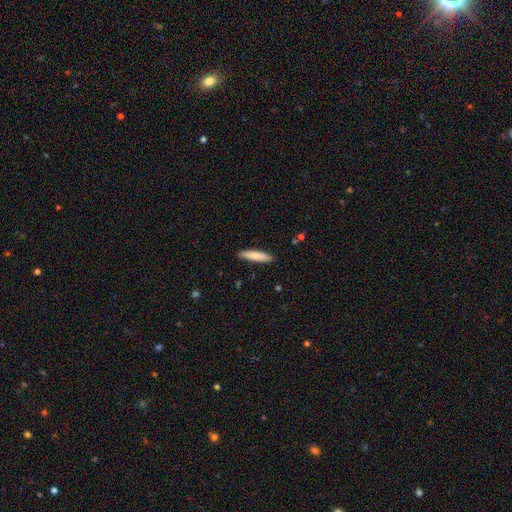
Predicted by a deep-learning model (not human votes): This appears to be a smooth galaxy with no disk features (80%) that is cigar-shaped (85%). Merging: none (90%).